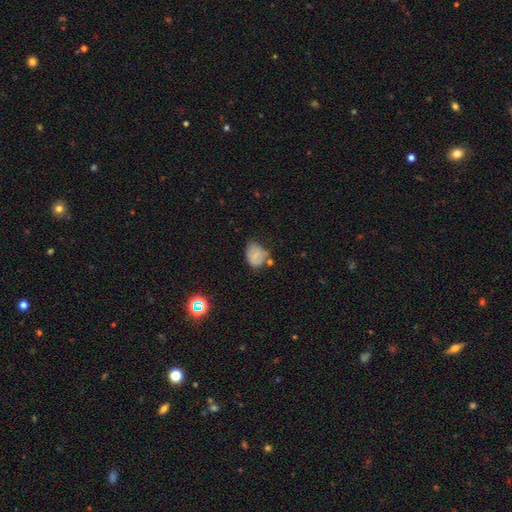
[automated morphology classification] Smooth or featured? Predicted: smooth (p=0.71). How rounded? Predicted: in between (p=0.60). Merging? Predicted: none (p=0.45).